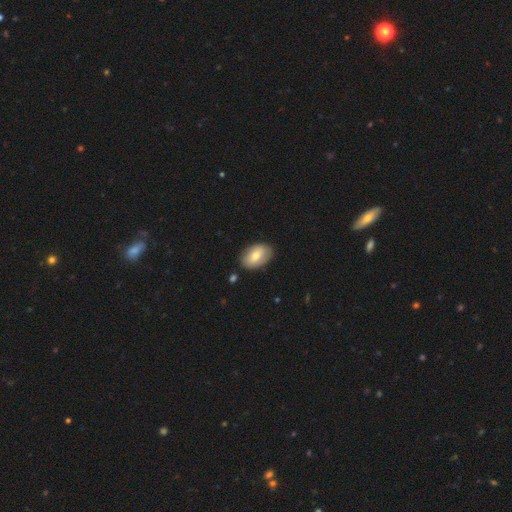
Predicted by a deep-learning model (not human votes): The model was most divided on "smooth or featured": smooth: 67%, featured or disk: 27%, star or artifact: 6%. More confident: how rounded — in between (89%); merging — none (84%).